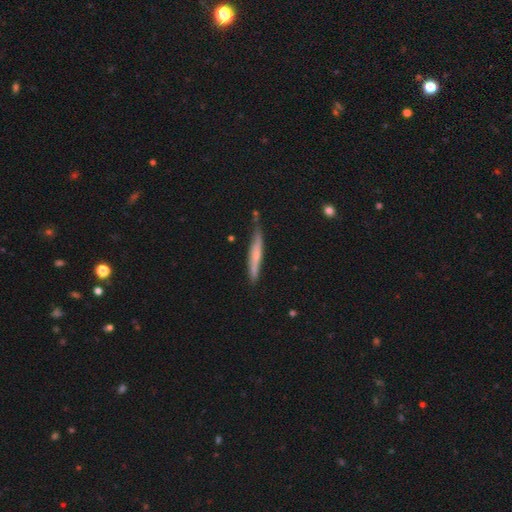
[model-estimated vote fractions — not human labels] Smooth or featured? smooth (54%)
How rounded? cigar-shaped (94%)
Merging? none (66%)